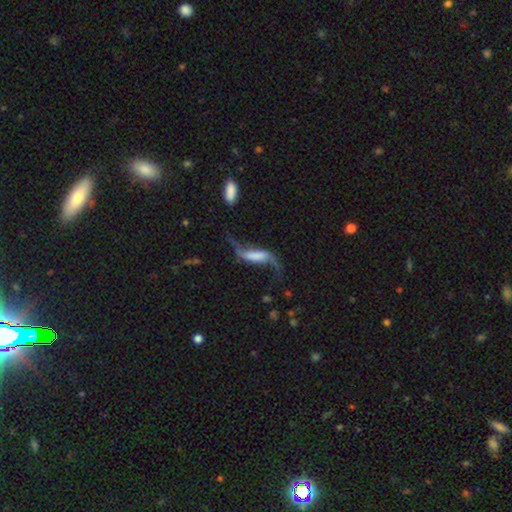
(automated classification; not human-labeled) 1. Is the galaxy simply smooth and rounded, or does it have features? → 74% featured or disk, 19% smooth, 7% star or artifact.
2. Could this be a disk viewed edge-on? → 84% no, 16% yes.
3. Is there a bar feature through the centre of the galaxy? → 43% strong, 30% weak, 27% no.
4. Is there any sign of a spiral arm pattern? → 90% yes, 10% no.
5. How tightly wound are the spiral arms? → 93% loose, 5% medium, 2% tight.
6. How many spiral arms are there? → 91% 2, 4% 1, 2% can't tell, 1% 3, 1% 4, 1% more than 4.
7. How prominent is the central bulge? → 49% none, 17% large, 13% small, 11% moderate, 10% dominant.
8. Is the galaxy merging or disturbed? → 49% none, 26% major disturbance, 19% minor disturbance, 6% merger.